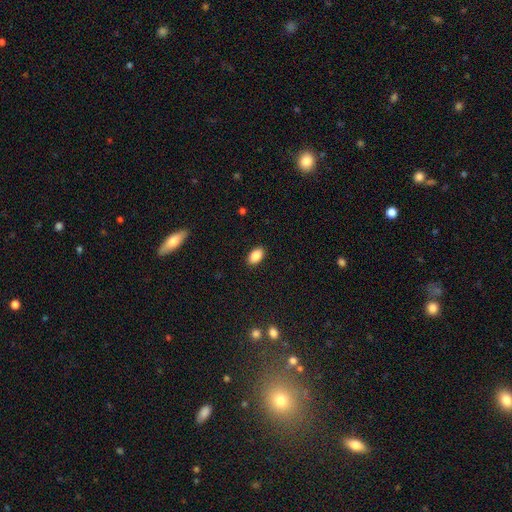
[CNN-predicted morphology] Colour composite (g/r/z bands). It shows a smooth galaxy with no disk features (88%) that is in between round and cigar-shaped (92%). Merging: none (89%).